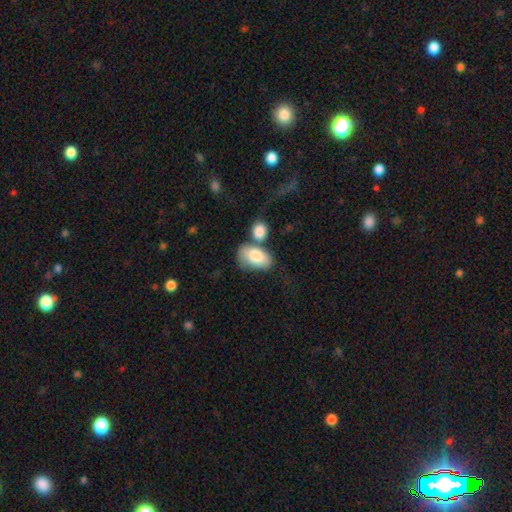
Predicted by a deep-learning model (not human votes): A smooth galaxy with no disk features (80%) that is in between round and cigar-shaped (91%). Merging: none (37%).